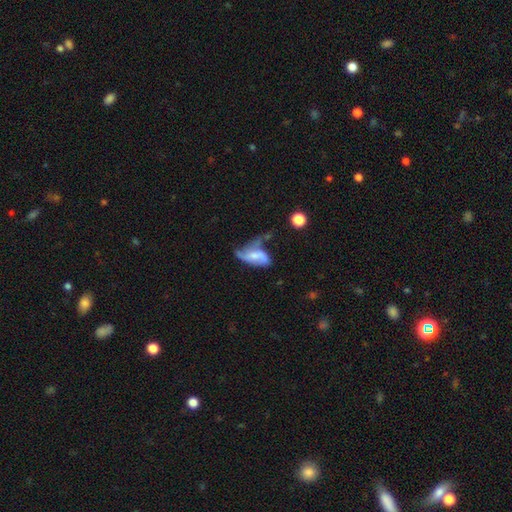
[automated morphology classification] smooth_or_featured: featured or disk (p=0.58) [alt: smooth p=0.33]
disk_edge_on: no (p=0.93) [alt: yes p=0.07]
bar: no (p=0.59) [alt: weak p=0.30]
has_spiral_arms: yes (p=0.68) [alt: no p=0.32]
bulge_size: small (p=0.44) [alt: moderate p=0.33]
merging: major disturbance (p=0.36) [alt: minor disturbance p=0.24]